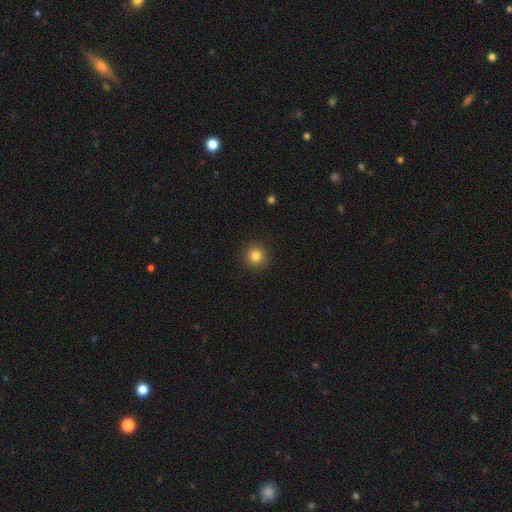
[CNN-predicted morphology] The model was most divided on "smooth or featured": smooth: 83%, star or artifact: 12%, featured or disk: 5%. More confident: how rounded — round (95%); merging — none (92%).